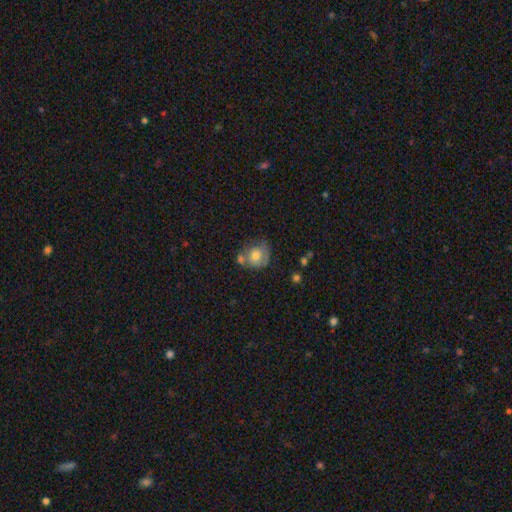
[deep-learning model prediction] This is likely a smooth galaxy (66%). How rounded: likely round (73%). Merging: marginally none (39%).